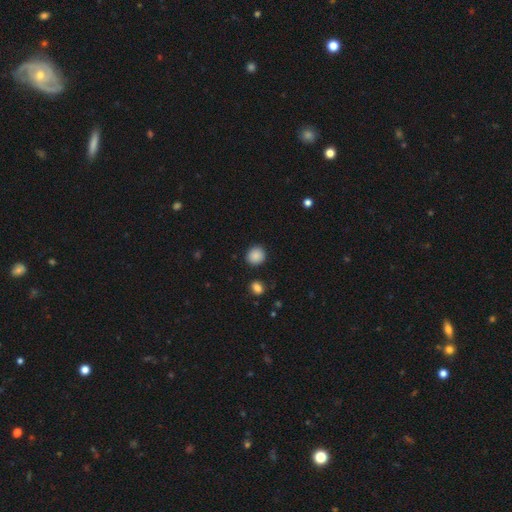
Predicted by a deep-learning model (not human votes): Morphology: type=smooth (88%); roundness=round (84%); merging=none (89%).